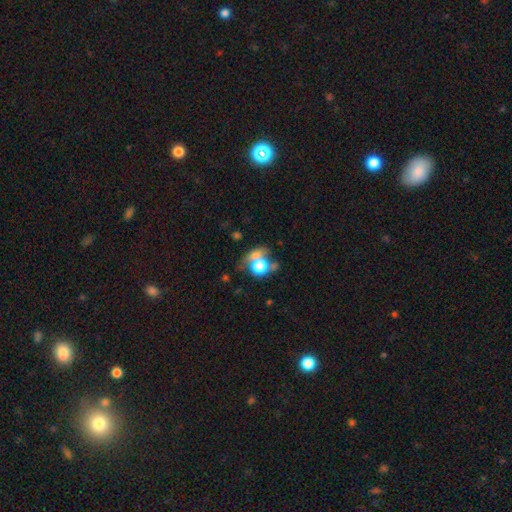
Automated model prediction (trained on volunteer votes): smooth 61%, featured or disk 21%, star or artifact 18%. Down the decision tree: how rounded — round (56%); merging — merger (38%).